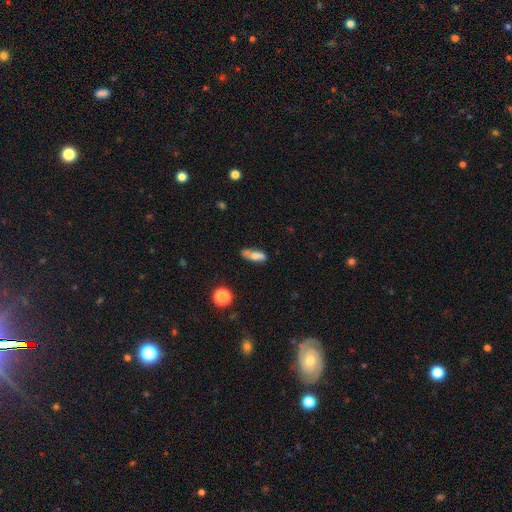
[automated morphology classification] Smooth or featured?
  - smooth: 59% *
  - featured or disk: 30%
  - star or artifact: 11%
How rounded?
  - in between: 68% *
  - cigar-shaped: 26%
  - round: 7%
Merging?
  - none: 47% *
  - merger: 22%
  - minor disturbance: 21%
  - major disturbance: 9%